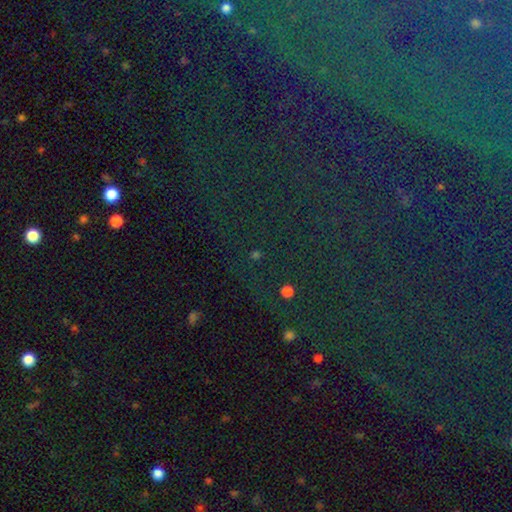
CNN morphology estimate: Smooth or featured: star or artifact — 79% (smooth — 13%)